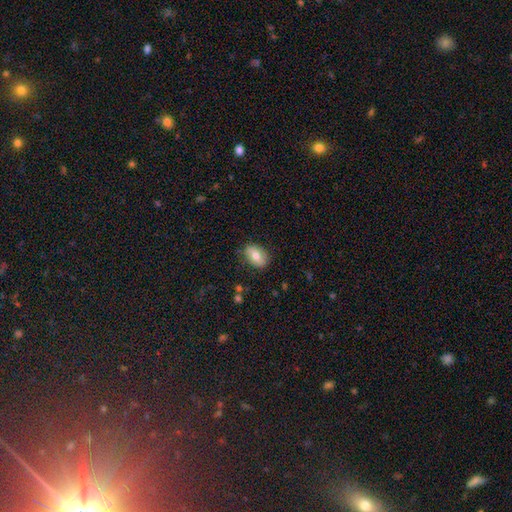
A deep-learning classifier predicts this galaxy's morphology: type=smooth (67%); roundness=in between (84%); merging=none (81%).